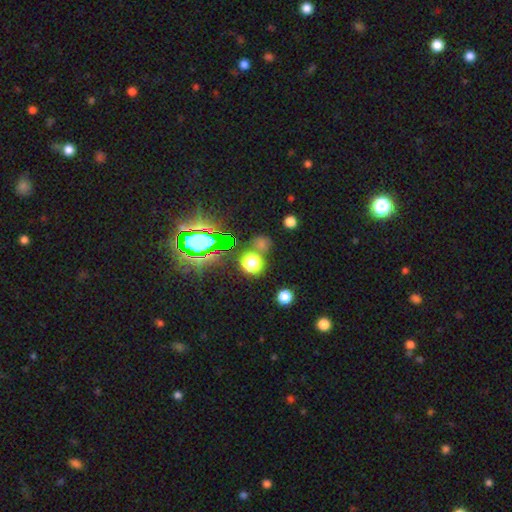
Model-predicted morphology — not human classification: Smooth or featured? star or artifact (78%)